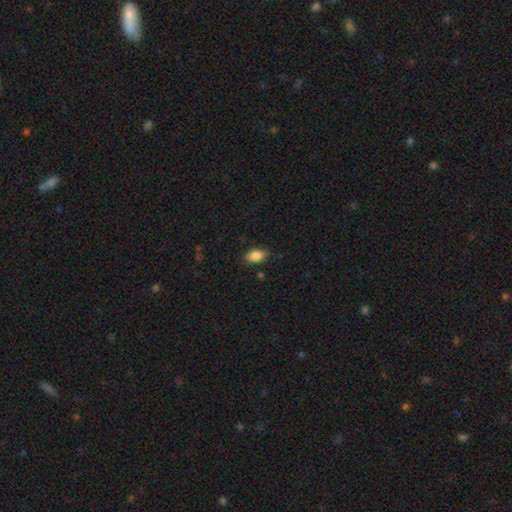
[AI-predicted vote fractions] Overall: smooth (87%). How rounded: in between (90%). Merging: none (81%).